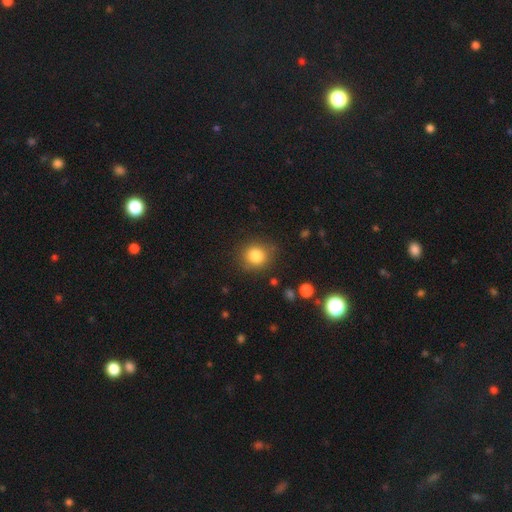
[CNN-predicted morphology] Smooth or featured?
  - smooth: 83% *
  - star or artifact: 10%
  - featured or disk: 6%
How rounded?
  - round: 82% *
  - in between: 17%
  - cigar-shaped: 1%
Merging?
  - none: 83% *
  - minor disturbance: 11%
  - major disturbance: 3%
  - merger: 2%